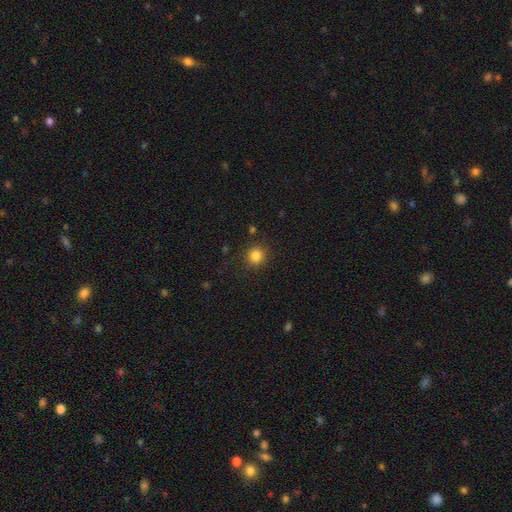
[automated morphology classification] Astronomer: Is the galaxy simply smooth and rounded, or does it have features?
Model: smooth — 83%.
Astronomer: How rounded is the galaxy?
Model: round — 89%.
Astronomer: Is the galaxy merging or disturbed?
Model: none — 87%.